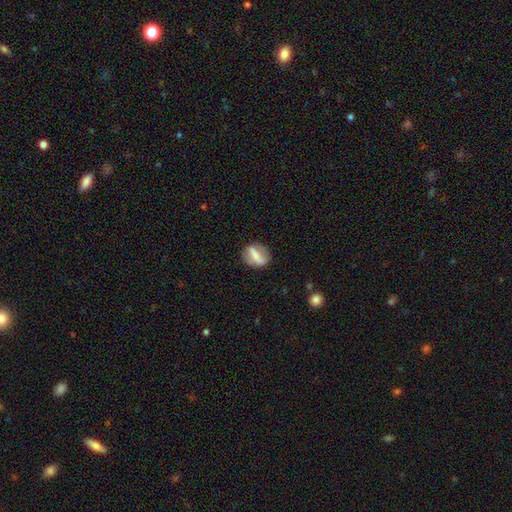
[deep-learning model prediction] Smooth or featured? smooth (50%)
Merging? none (75%)